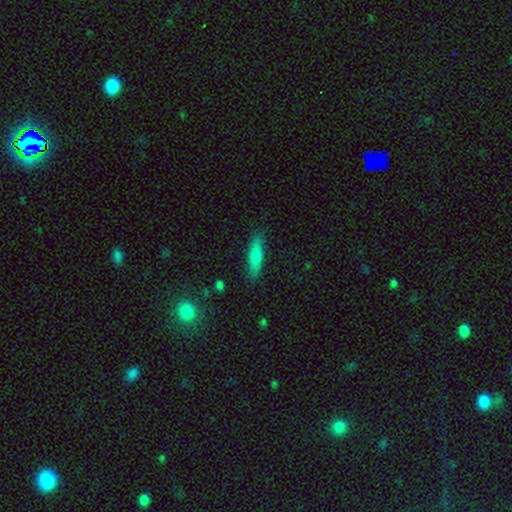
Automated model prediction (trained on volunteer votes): Q: Smooth or featured?
A: smooth (74%); runner-up: featured or disk (19%)
Q: How rounded?
A: cigar-shaped (74%); runner-up: in between (24%)
Q: Merging?
A: none (86%); runner-up: minor disturbance (10%)